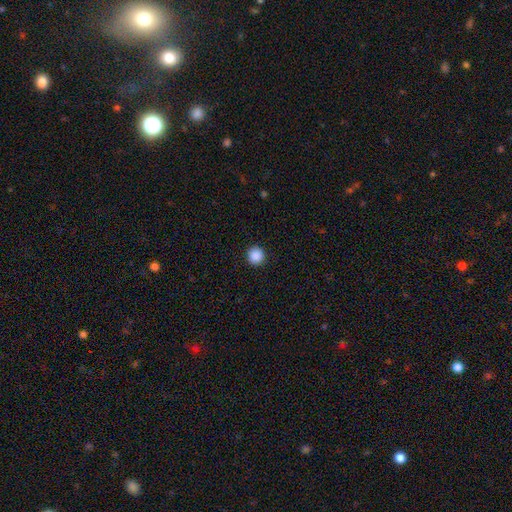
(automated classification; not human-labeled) This is clearly a smooth galaxy (89%). How rounded: clearly round (96%). Merging: clearly none (93%).